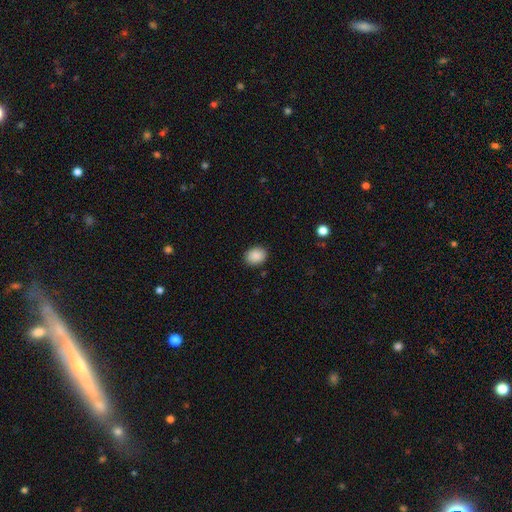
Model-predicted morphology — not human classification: Smooth or featured? Predicted: smooth (p=0.90). How rounded? Predicted: in between (p=0.61). Merging? Predicted: none (p=0.88).